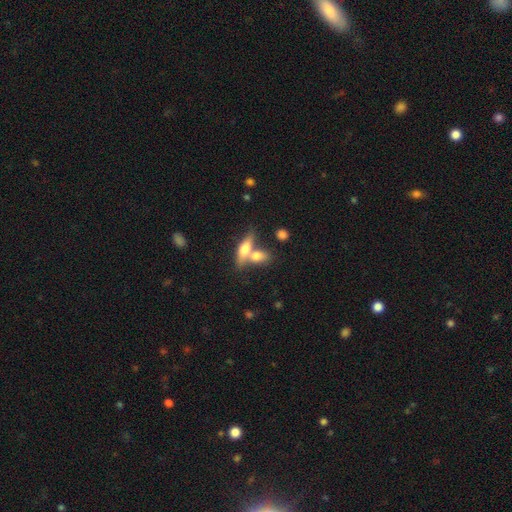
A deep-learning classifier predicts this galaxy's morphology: Q: Smooth or featured?
A: smooth (59%); runner-up: featured or disk (33%)
Q: How rounded?
A: in between (59%); runner-up: cigar-shaped (32%)
Q: Merging?
A: merger (47%); runner-up: none (40%)